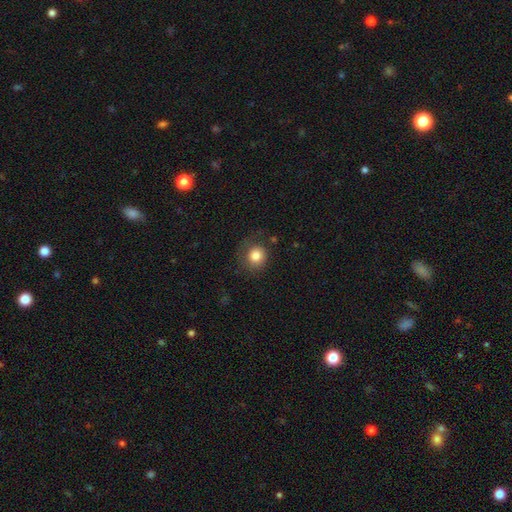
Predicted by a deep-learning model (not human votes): Smooth or featured: smooth — 82% (star or artifact — 10%)
How rounded: round — 87% (in between — 12%)
Merging: none — 71% (minor disturbance — 18%)